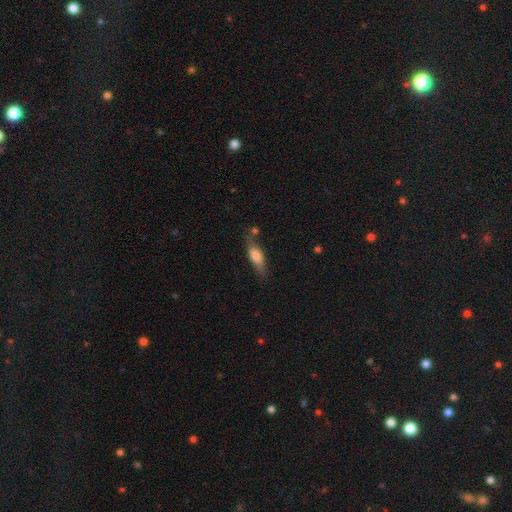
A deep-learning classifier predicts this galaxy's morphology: This is likely a smooth galaxy (63%). How rounded: possibly in between (53%). Merging: likely none (64%).